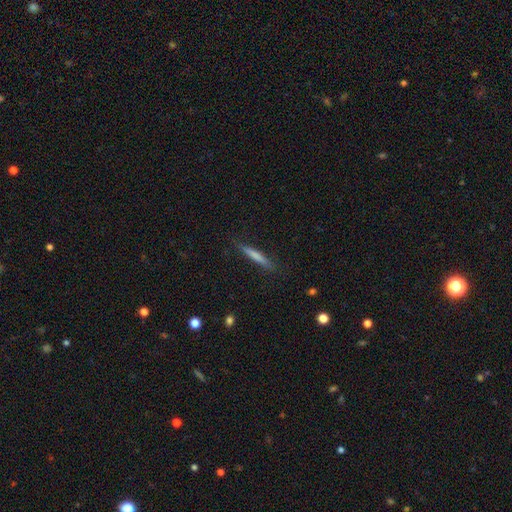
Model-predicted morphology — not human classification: A smooth galaxy with no disk features (66%) that is cigar-shaped (94%).

Vote fractions:
- Smooth or featured? smooth: 66% / featured or disk: 28% / star or artifact: 6%
- How rounded? cigar-shaped: 94% / in between: 4% / round: 1%
- Merging? none: 85% / minor disturbance: 11% / major disturbance: 2% / merger: 1%